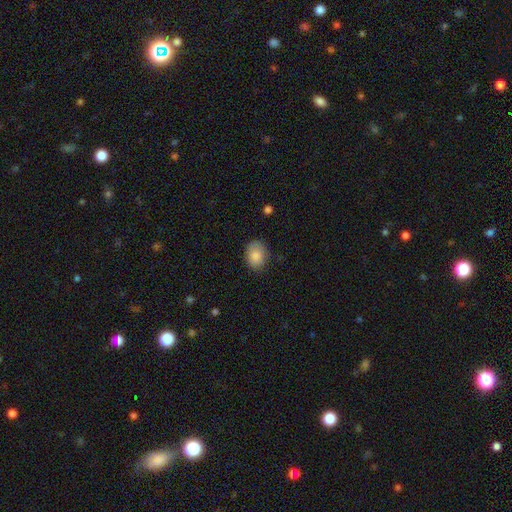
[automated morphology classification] Smooth or featured? smooth (85%)
How rounded? in between (61%)
Merging? none (78%)